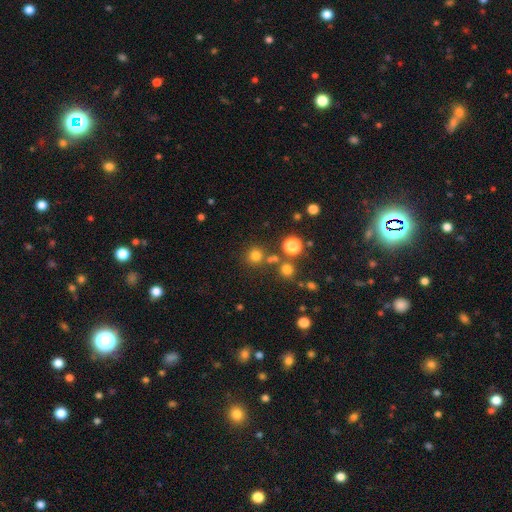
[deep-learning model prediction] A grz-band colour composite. It shows a smooth galaxy with no disk features (74%) that is round (93%). Merging: none (79%).